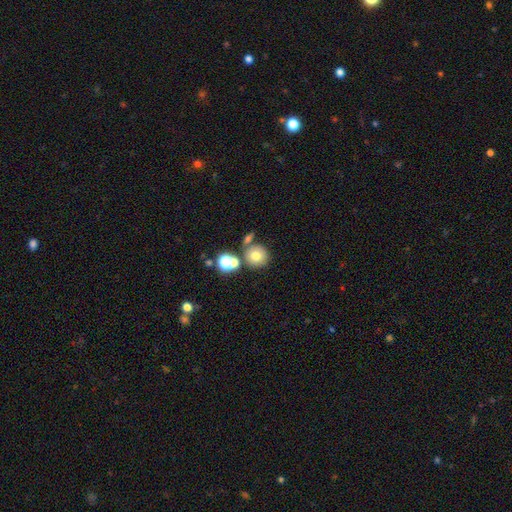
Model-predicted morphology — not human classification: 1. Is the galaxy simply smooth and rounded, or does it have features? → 71% smooth, 14% featured or disk, 14% star or artifact.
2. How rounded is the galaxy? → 89% round, 10% in between, 1% cigar-shaped.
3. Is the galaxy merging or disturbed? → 65% none, 21% merger, 10% minor disturbance, 4% major disturbance.